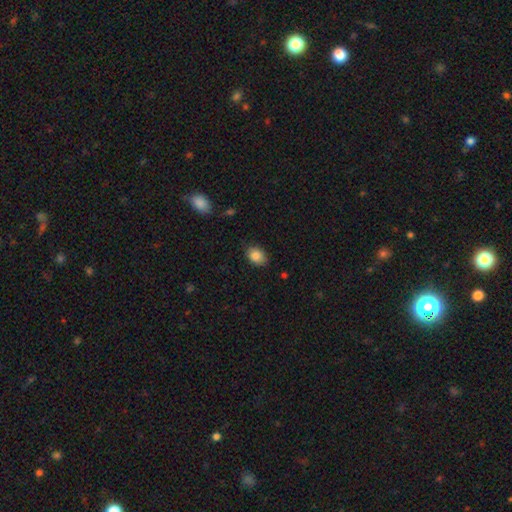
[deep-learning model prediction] Smooth or featured? Predicted: smooth (p=0.85). How rounded? Predicted: in between (p=0.73). Merging? Predicted: none (p=0.82).